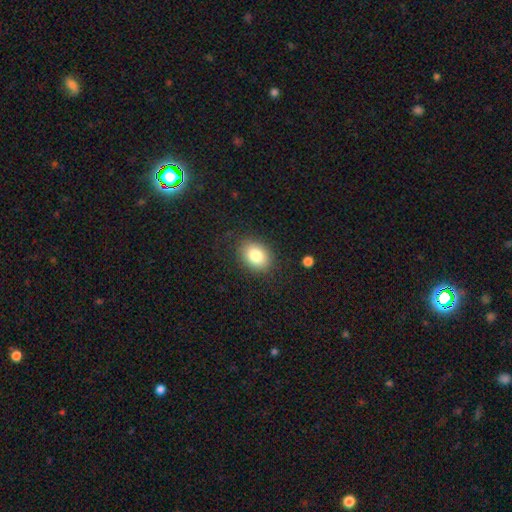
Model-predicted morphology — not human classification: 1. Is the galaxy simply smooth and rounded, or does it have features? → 82% smooth, 9% featured or disk, 9% star or artifact.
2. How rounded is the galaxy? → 65% in between, 34% round, 1% cigar-shaped.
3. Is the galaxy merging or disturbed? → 84% none, 11% minor disturbance, 4% major disturbance, 1% merger.